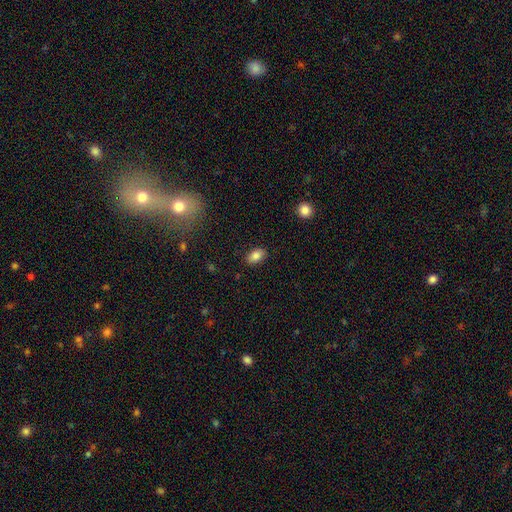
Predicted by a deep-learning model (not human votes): Smooth or featured: smooth — 85% (star or artifact — 8%)
How rounded: in between — 89% (round — 9%)
Merging: none — 85% (minor disturbance — 11%)